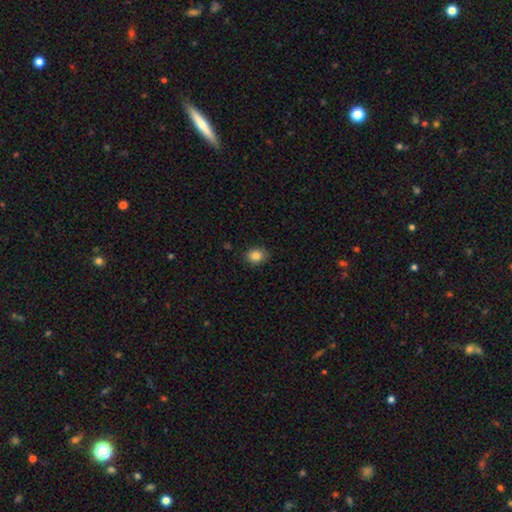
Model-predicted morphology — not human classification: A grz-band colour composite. It shows a smooth galaxy with no disk features (84%) that is round (51%). Merging: none (85%).